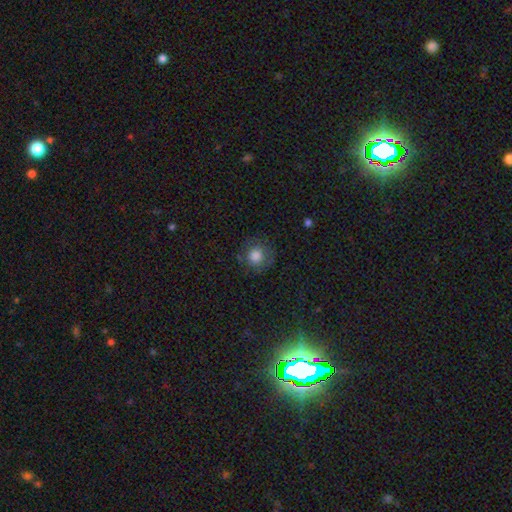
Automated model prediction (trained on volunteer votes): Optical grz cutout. It shows a smooth galaxy with no disk features (79%) that is round (91%). Merging: none (76%).